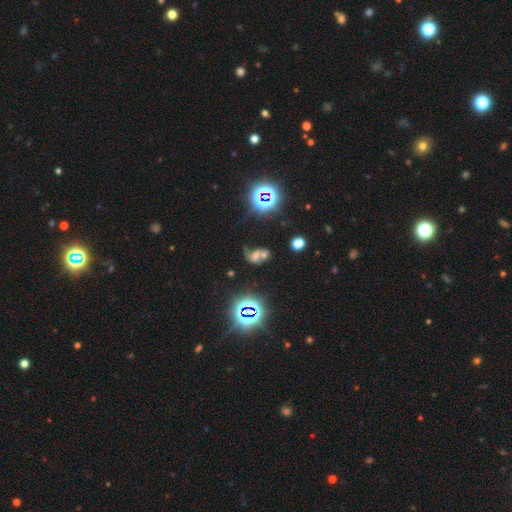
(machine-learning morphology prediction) smooth 34%, featured or disk 33%, star or artifact 33%. Down the decision tree: merging — merger (62%).